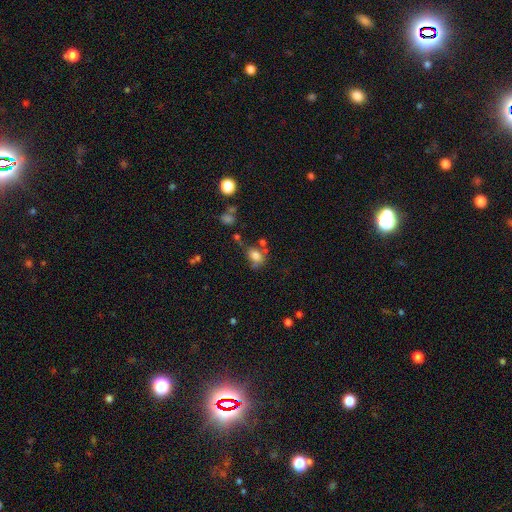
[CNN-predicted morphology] A smooth galaxy with no disk features (75%) that is in between round and cigar-shaped (65%).

Vote fractions:
- Smooth or featured? smooth: 75% / star or artifact: 13% / featured or disk: 12%
- How rounded? in between: 65% / round: 33% / cigar-shaped: 2%
- Merging? none: 43% / minor disturbance: 23% / merger: 19% / major disturbance: 15%